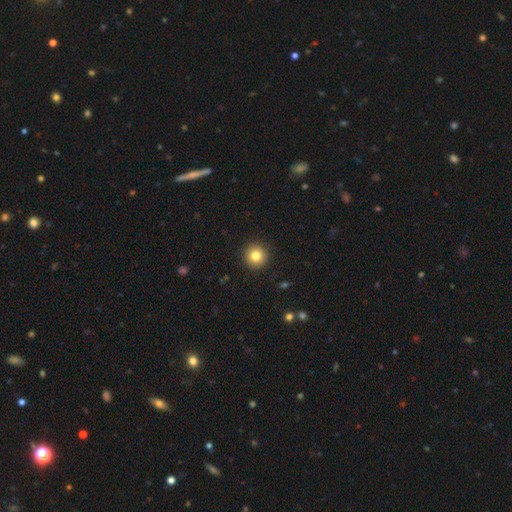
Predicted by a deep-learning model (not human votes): This appears to be a smooth galaxy with no disk features (81%) that is round (95%). Merging: none (92%).